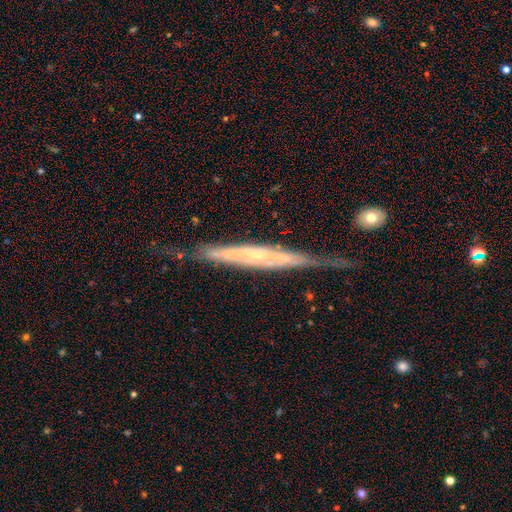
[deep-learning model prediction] Smooth or featured?
  - featured or disk: 73% *
  - smooth: 21%
  - star or artifact: 6%
Edge-on disk?
  - yes: 89% *
  - no: 11%
Edge-on bulge?
  - none: 54% *
  - rounded: 34%
  - boxy: 13%
Merging?
  - none: 63% *
  - minor disturbance: 26%
  - major disturbance: 8%
  - merger: 3%